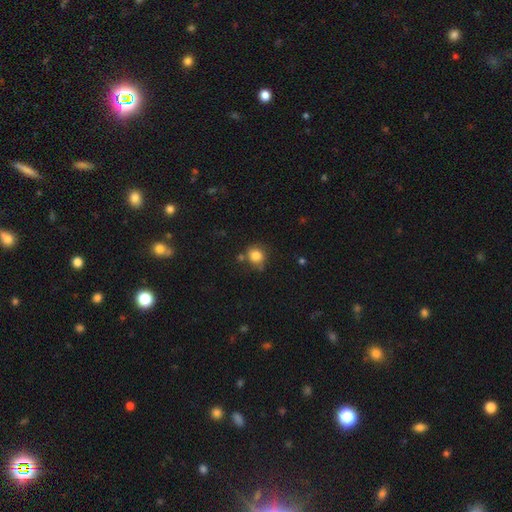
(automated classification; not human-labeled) A smooth galaxy with no disk features (83%) that is round (83%).

Vote fractions:
- Smooth or featured? smooth: 83% / star or artifact: 11% / featured or disk: 7%
- How rounded? round: 83% / in between: 16% / cigar-shaped: 1%
- Merging? none: 71% / minor disturbance: 16% / merger: 8% / major disturbance: 4%